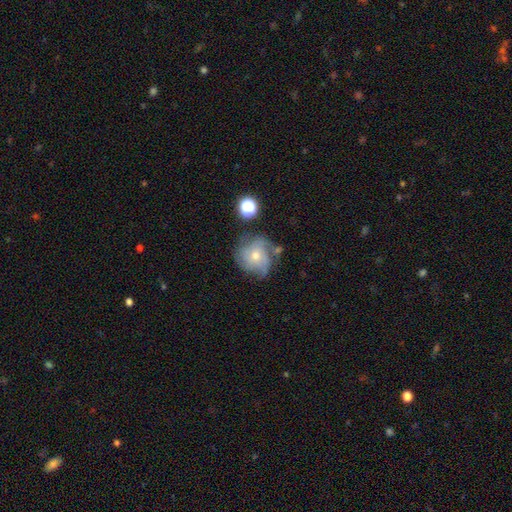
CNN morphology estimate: A featured or disk galaxy (64%) with no bar (80%), tight (48%) spiral arms (87%) and a moderate central bulge (54%).

Vote fractions:
- Smooth or featured? featured or disk: 64% / smooth: 25% / star or artifact: 11%
- Edge-on disk? no: 98% / yes: 2%
- Bar? no: 80% / weak: 17% / strong: 3%
- Spiral arms? yes: 87% / no: 13%
- Spiral winding? tight: 48% / medium: 38% / loose: 15%
- Spiral arm count? can't tell: 30% / 3: 26% / 4: 22% / 2: 9% / more than 4: 7% / 1: 6%
- Bulge size? moderate: 54% / small: 40% / large: 3% / none: 2% / dominant: 1%
- Merging? none: 58% / minor disturbance: 24% / major disturbance: 12% / merger: 5%